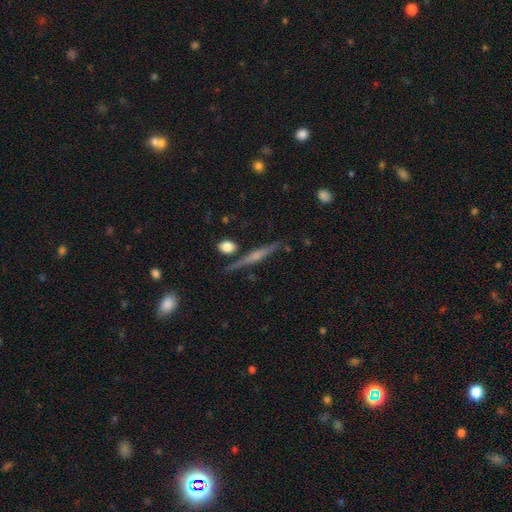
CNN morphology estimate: featured or disk 73%, smooth 18%, star or artifact 8%. Down the decision tree: edge-on disk — yes (97%); edge-on bulge — rounded (70%); merging — none (85%).